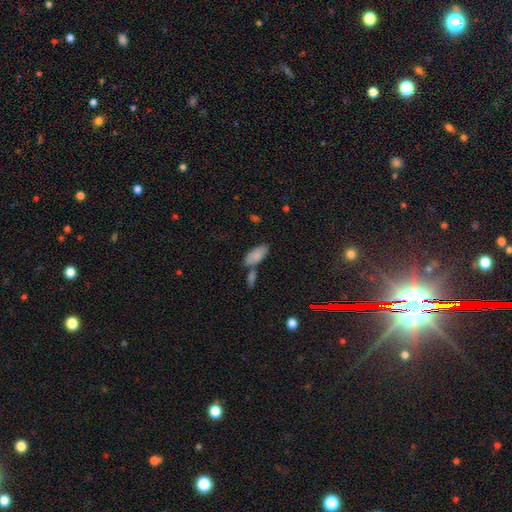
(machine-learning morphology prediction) This appears to be a smooth galaxy with no disk features (83%) that is in between round and cigar-shaped (88%). Merging: none (51%).